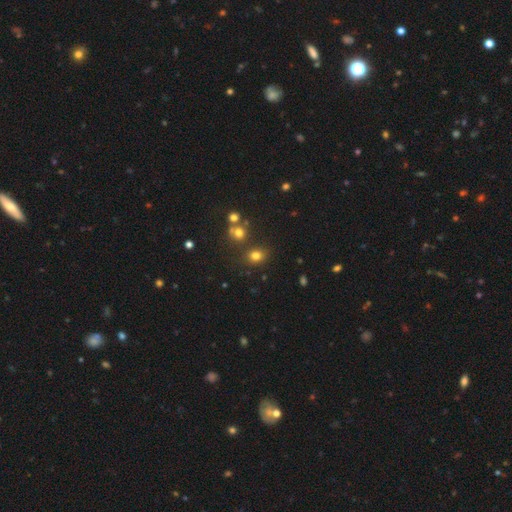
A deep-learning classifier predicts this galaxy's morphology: smooth 75%, star or artifact 18%, featured or disk 7%. Down the decision tree: how rounded — round (64%); merging — none (75%).